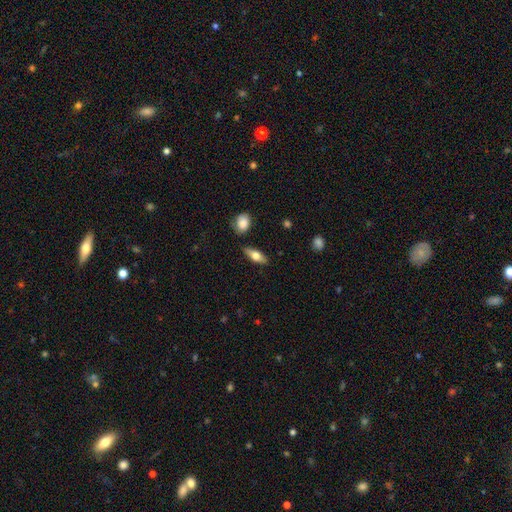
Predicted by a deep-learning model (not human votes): A smooth galaxy with no disk features (59%) that is in between round and cigar-shaped (70%).

Vote fractions:
- Smooth or featured? smooth: 59% / featured or disk: 35% / star or artifact: 6%
- How rounded? in between: 70% / cigar-shaped: 26% / round: 4%
- Merging? none: 83% / minor disturbance: 11% / merger: 3% / major disturbance: 3%